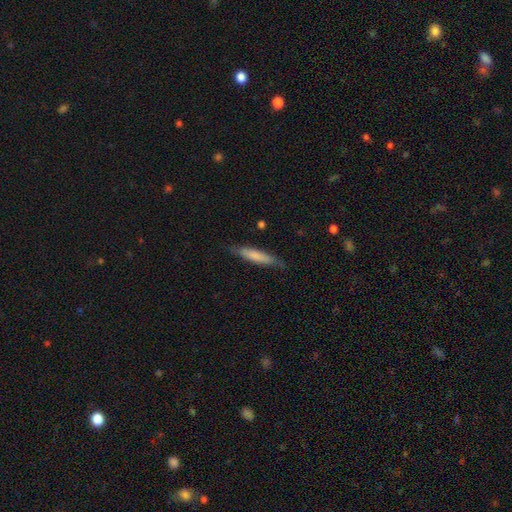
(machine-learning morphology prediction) Smooth or featured: smooth — 71% (featured or disk — 23%)
How rounded: cigar-shaped — 88% (in between — 10%)
Merging: none — 80% (minor disturbance — 16%)